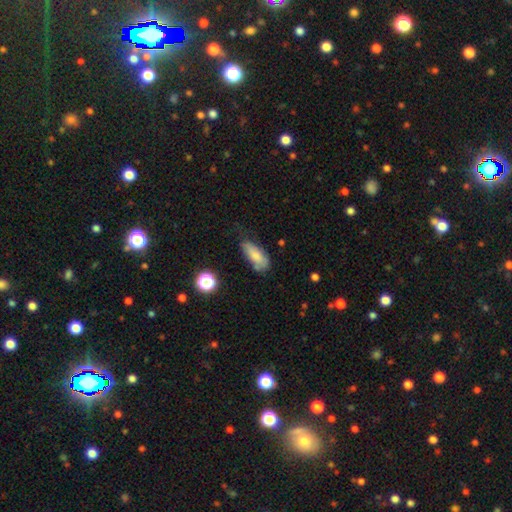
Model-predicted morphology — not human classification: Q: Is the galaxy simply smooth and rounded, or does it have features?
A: smooth — 77%.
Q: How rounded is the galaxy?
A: in between — 84%.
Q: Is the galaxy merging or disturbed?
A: none — 46%.